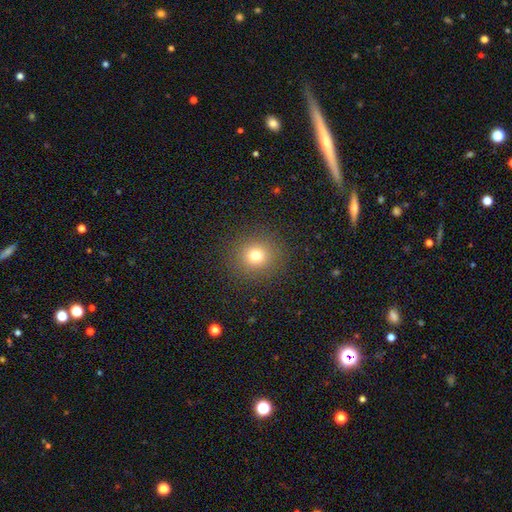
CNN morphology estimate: This is likely a smooth galaxy (75%). How rounded: clearly round (90%). Merging: clearly none (90%).